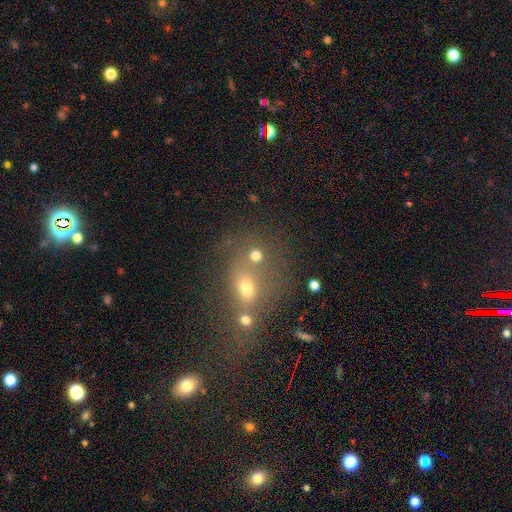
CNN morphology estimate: The model was most divided on "merging": merger: 44%, none: 40%, minor disturbance: 9%, major disturbance: 7%. More confident: how rounded — round (67%); smooth or featured — smooth (65%).